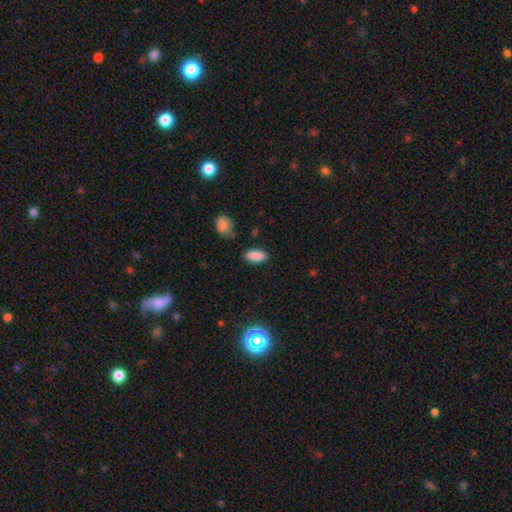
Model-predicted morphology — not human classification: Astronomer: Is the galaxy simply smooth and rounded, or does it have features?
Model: smooth — 88%.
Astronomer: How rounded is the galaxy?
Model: in between — 87%.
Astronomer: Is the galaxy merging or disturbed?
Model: none — 83%.